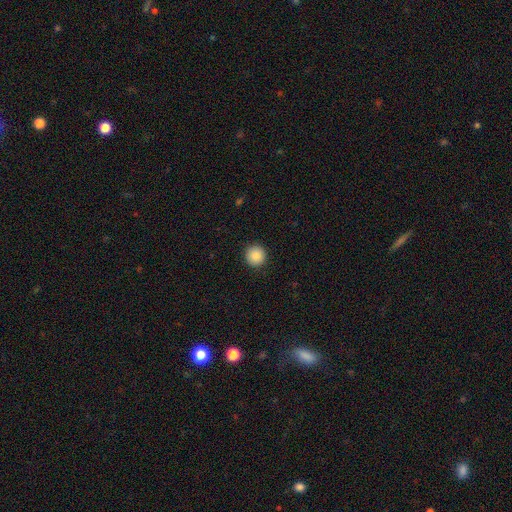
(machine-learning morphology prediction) The model was most divided on "smooth or featured": smooth: 86%, star or artifact: 9%, featured or disk: 4%. More confident: how rounded — round (96%); merging — none (92%).